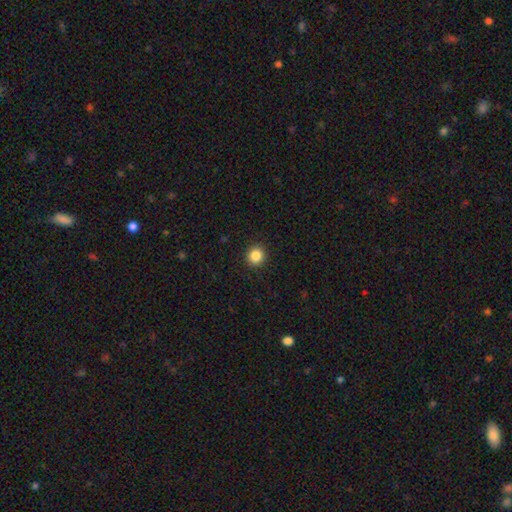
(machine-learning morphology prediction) smooth_or_featured: smooth (p=0.86) [alt: star or artifact p=0.10]
how_rounded: round (p=0.89) [alt: in between p=0.10]
merging: none (p=0.92) [alt: minor disturbance p=0.05]